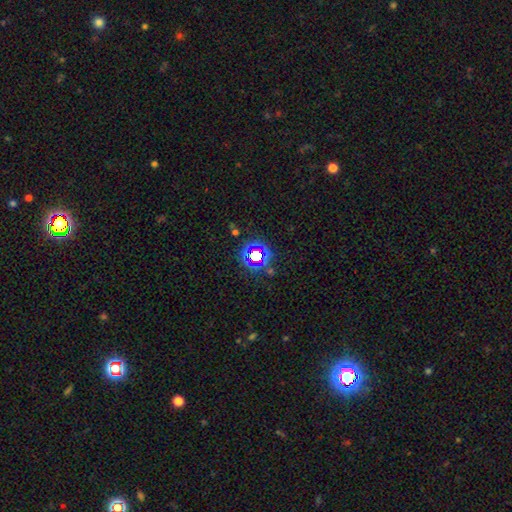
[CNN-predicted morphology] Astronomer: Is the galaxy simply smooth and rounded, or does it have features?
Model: star or artifact — 67%.